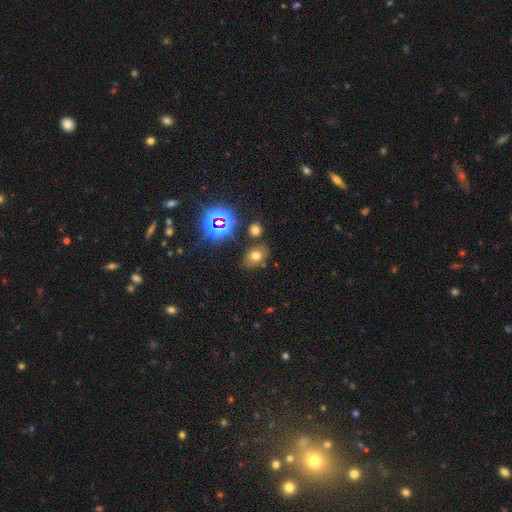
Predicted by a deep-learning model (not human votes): Smooth or featured? smooth (62%)
How rounded? in between (69%)
Merging? none (77%)